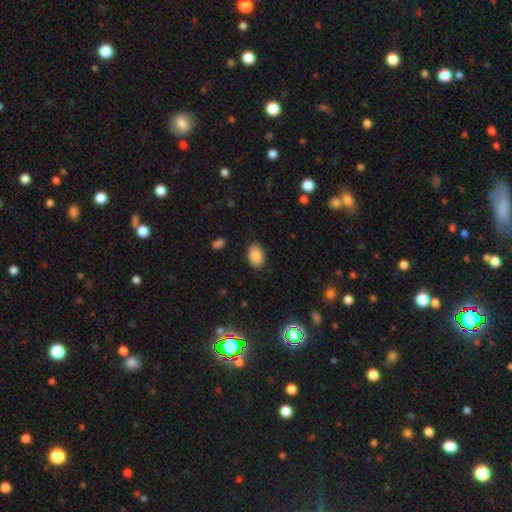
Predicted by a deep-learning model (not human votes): Overall: smooth (87%). How rounded: in between (88%). Merging: none (85%).